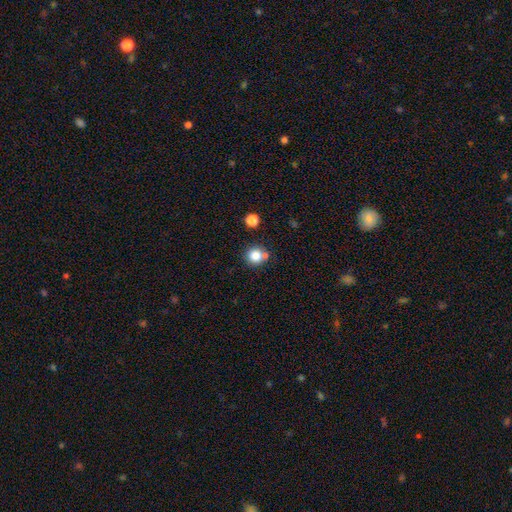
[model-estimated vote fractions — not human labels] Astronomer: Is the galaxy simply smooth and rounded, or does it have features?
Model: smooth — 82%.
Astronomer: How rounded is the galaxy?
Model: round — 91%.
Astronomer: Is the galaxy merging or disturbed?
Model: none — 72%.